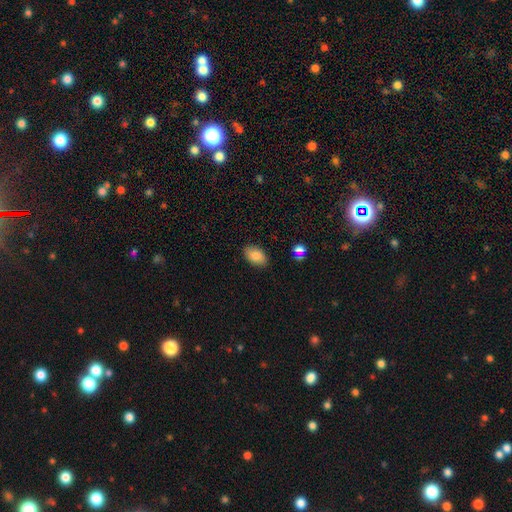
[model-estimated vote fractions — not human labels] This appears to be a smooth galaxy with no disk features (86%) that is in between round and cigar-shaped (91%). Merging: none (87%).